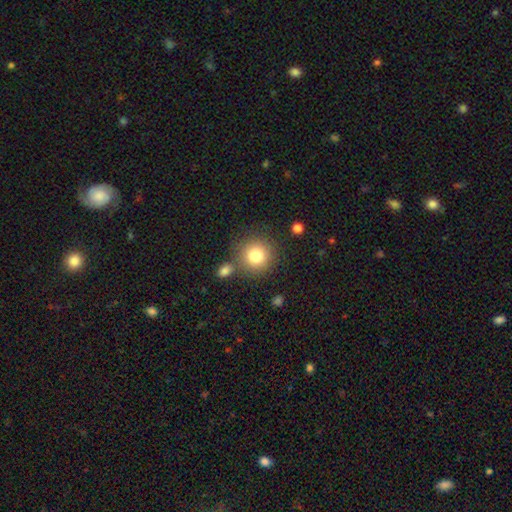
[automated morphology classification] Smooth or featured: smooth — 81% (star or artifact — 10%)
How rounded: round — 92% (in between — 7%)
Merging: none — 74% (merger — 12%)